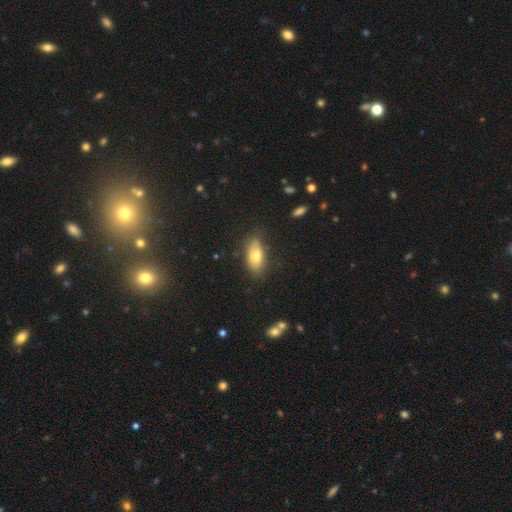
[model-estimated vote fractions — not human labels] A smooth galaxy with no disk features (73%) that is in between round and cigar-shaped (85%).

Vote fractions:
- Smooth or featured? smooth: 73% / featured or disk: 19% / star or artifact: 8%
- How rounded? in between: 85% / cigar-shaped: 11% / round: 4%
- Merging? none: 78% / minor disturbance: 16% / major disturbance: 4% / merger: 2%